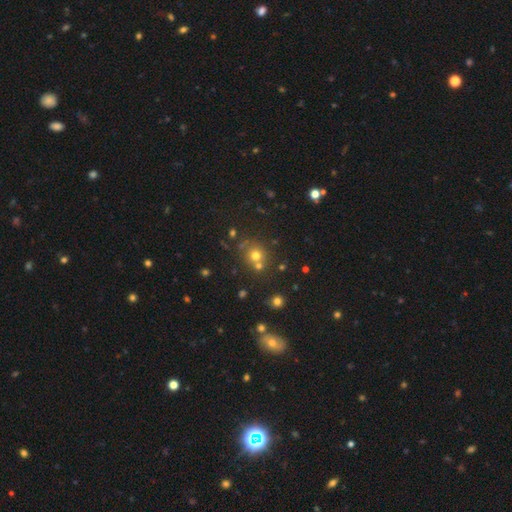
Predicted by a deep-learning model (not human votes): Morphology: type=smooth (67%); roundness=round (86%); merging=none (60%).